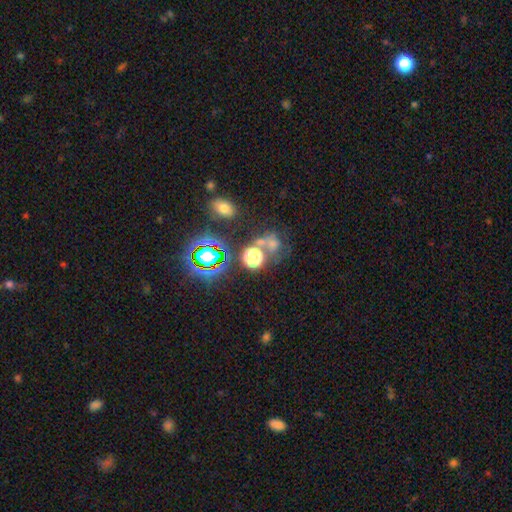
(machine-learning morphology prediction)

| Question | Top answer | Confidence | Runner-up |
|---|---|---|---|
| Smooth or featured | smooth | 50% | star or artifact (39%) |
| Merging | none | 54% | merger (25%) |